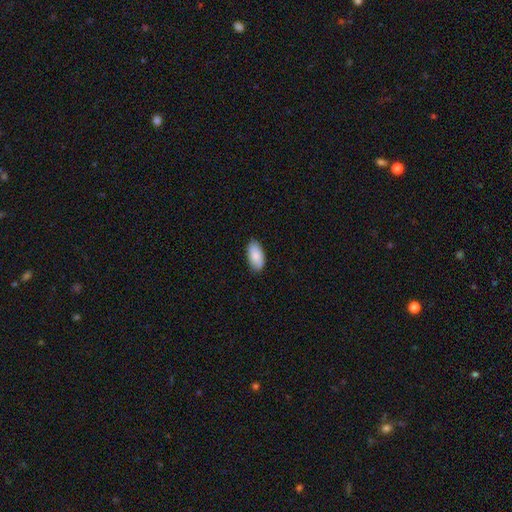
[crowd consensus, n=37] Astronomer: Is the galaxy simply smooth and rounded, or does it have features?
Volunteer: smooth — 89%.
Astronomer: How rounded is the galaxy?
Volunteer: in between — 88%.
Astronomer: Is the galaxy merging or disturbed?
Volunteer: none — 95%.